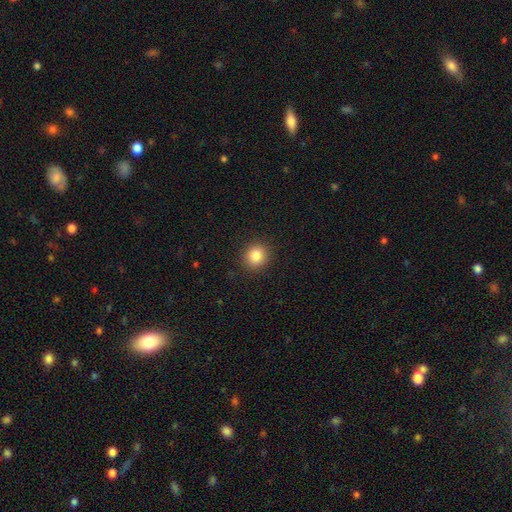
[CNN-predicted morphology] Smooth or featured: smooth — 85% (star or artifact — 10%)
How rounded: round — 85% (in between — 14%)
Merging: none — 91% (minor disturbance — 6%)